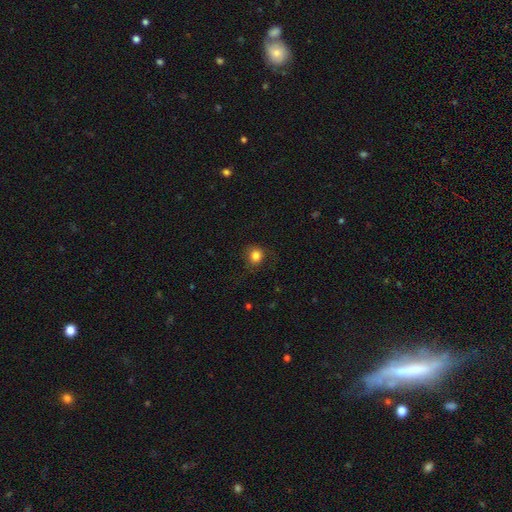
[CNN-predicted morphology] smooth 83%, star or artifact 10%, featured or disk 7%. Down the decision tree: how rounded — round (77%); merging — none (75%).